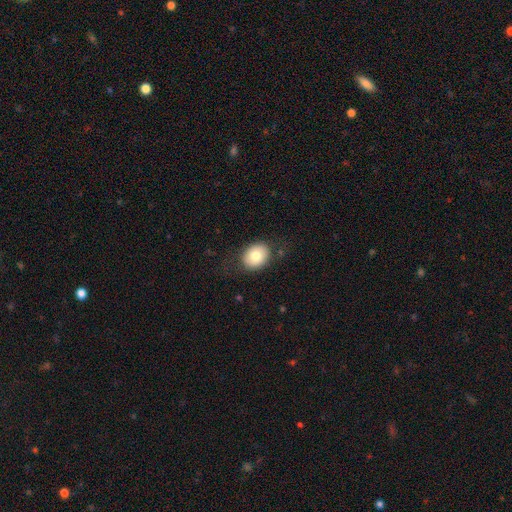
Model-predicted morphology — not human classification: Smooth or featured? Predicted: smooth (p=0.78). How rounded? Predicted: in between (p=0.58). Merging? Predicted: none (p=0.80).